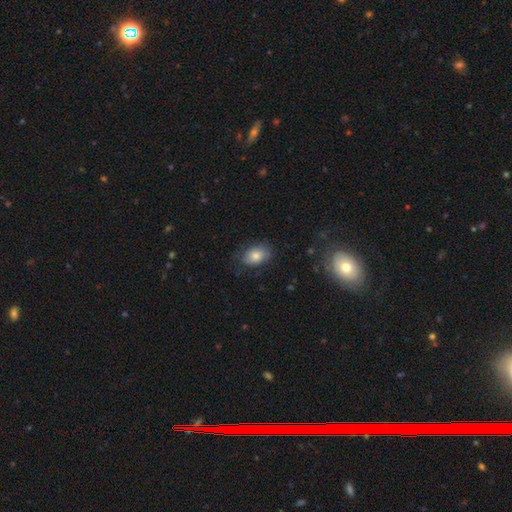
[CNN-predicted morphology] Smooth or featured?
  - smooth: 77% *
  - featured or disk: 13%
  - star or artifact: 10%
How rounded?
  - in between: 82% *
  - round: 17%
  - cigar-shaped: 1%
Merging?
  - none: 75% *
  - minor disturbance: 18%
  - major disturbance: 6%
  - merger: 1%